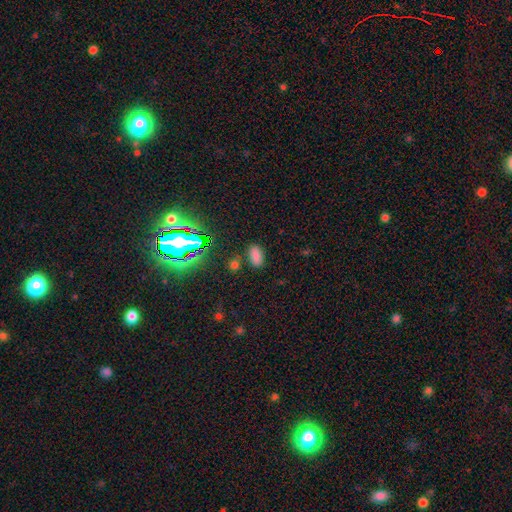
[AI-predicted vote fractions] Smooth or featured: smooth — 74% (star or artifact — 21%)
How rounded: in between — 91% (round — 5%)
Merging: none — 80% (minor disturbance — 11%)